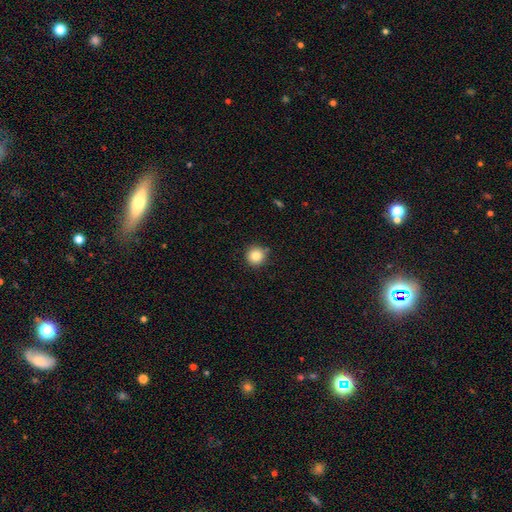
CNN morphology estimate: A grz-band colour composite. It shows a smooth galaxy with no disk features (85%) that is round (95%). Merging: none (88%).